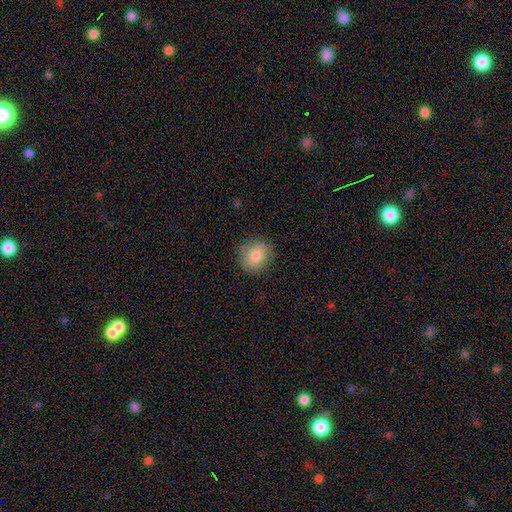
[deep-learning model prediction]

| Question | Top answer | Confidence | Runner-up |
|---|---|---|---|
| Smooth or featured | smooth | 82% | featured or disk (10%) |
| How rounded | round | 74% | in between (25%) |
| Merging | none | 85% | minor disturbance (11%) |